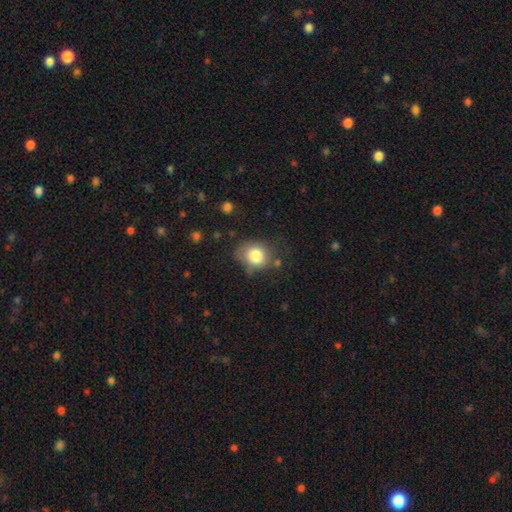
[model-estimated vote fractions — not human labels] This is clearly a smooth galaxy (81%). How rounded: likely round (61%). Merging: likely none (63%).